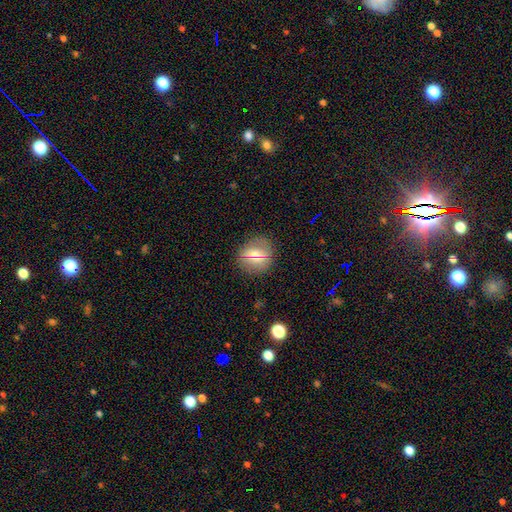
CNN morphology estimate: A smooth galaxy with no disk features (58%) that is round (82%).

Vote fractions:
- Smooth or featured? smooth: 58% / featured or disk: 27% / star or artifact: 15%
- How rounded? round: 82% / in between: 16% / cigar-shaped: 2%
- Merging? none: 85% / minor disturbance: 10% / major disturbance: 3% / merger: 2%